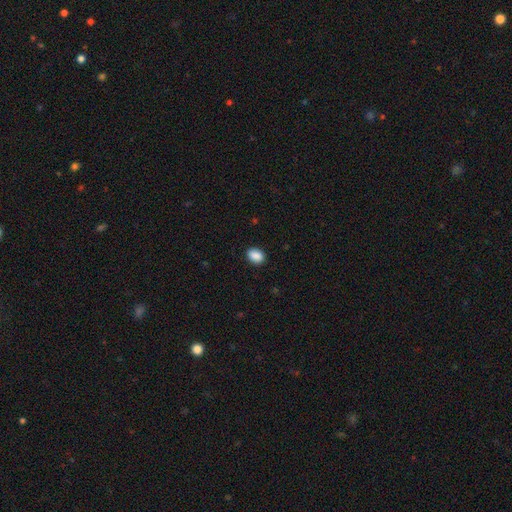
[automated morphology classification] smooth 89%, star or artifact 8%, featured or disk 3%. Down the decision tree: how rounded — in between (75%); merging — none (87%).